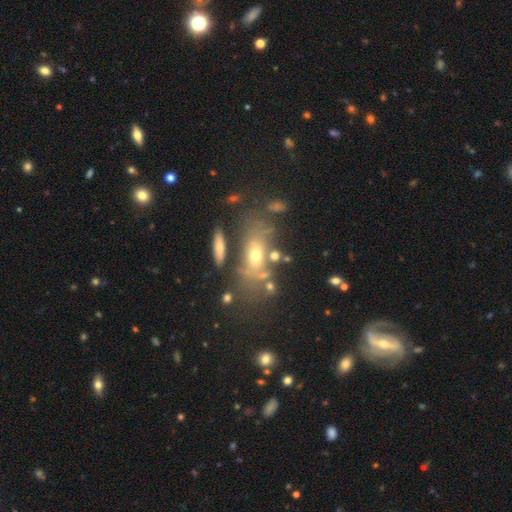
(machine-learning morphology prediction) Q: Smooth or featured?
A: smooth (43%); runner-up: featured or disk (41%)
Q: Merging?
A: none (52%); runner-up: minor disturbance (19%)